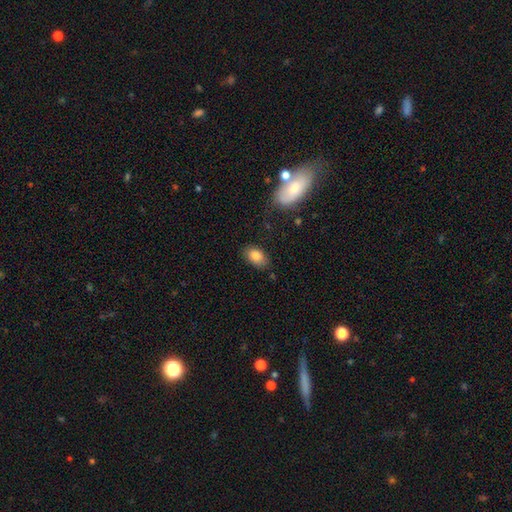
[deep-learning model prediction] This is clearly a smooth galaxy (85%). How rounded: clearly in between (90%). Merging: likely none (79%).